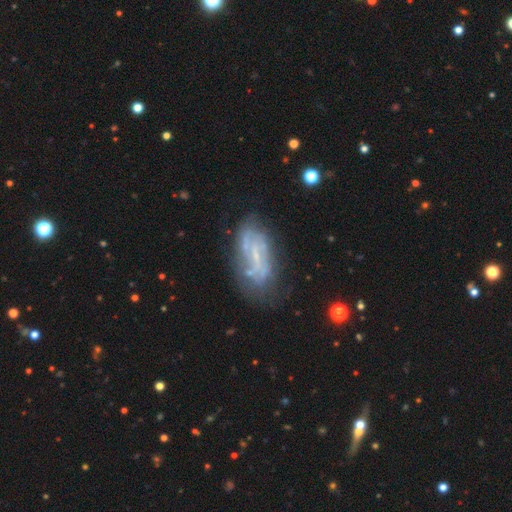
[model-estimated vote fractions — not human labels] Smooth or featured? featured or disk (69%)
Edge-on disk? no (92%)
Bar? no (43%)
Spiral arms? yes (63%)
Bulge size? small (55%)
Merging? none (60%)